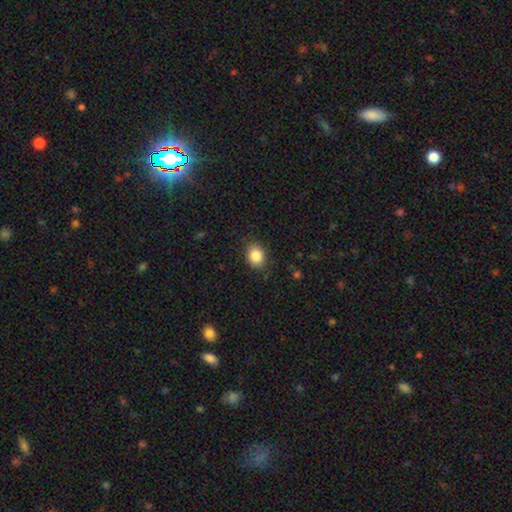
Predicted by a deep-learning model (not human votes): smooth_or_featured: smooth (p=0.87) [alt: star or artifact p=0.09]
how_rounded: in between (p=0.55) [alt: round p=0.44]
merging: none (p=0.83) [alt: minor disturbance p=0.12]